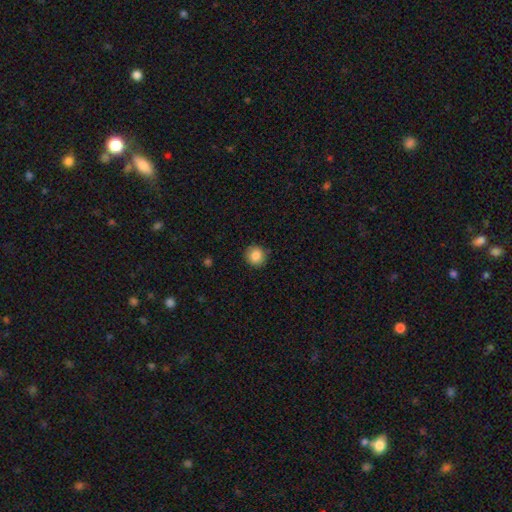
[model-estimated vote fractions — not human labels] Overall: smooth (86%). How rounded: round (92%). Merging: none (89%).